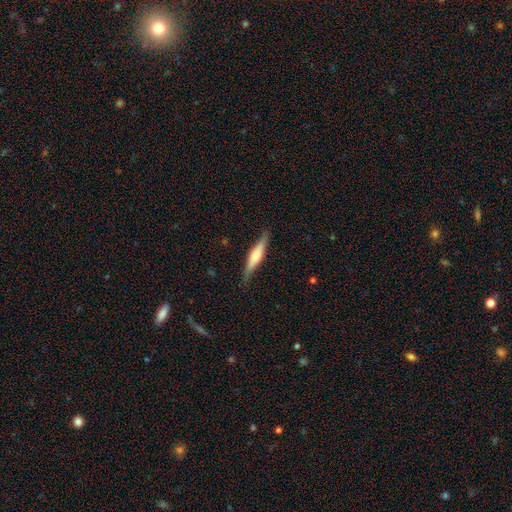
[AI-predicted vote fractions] Morphology: type=featured or disk (57%); edge-on=yes (96%); edge-on bulge=rounded (76%); merging=none (86%).